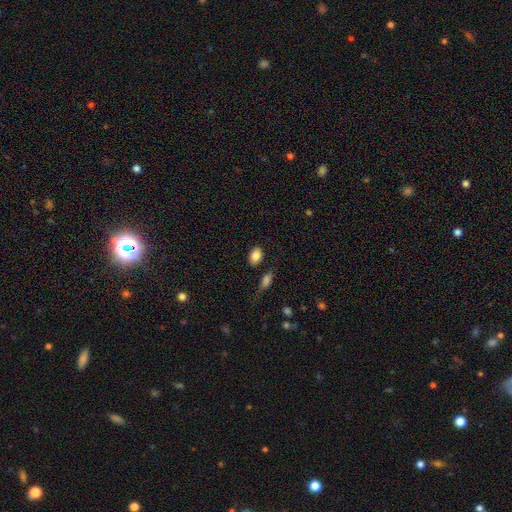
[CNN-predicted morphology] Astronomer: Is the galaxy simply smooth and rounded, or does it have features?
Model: smooth — 86%.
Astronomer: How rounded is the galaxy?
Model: in between — 77%.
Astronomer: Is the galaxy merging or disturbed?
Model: none — 79%.